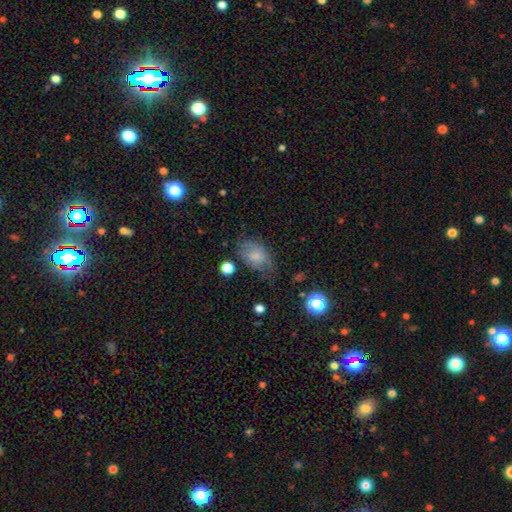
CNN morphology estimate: smooth_or_featured: smooth (p=0.73) [alt: featured or disk p=0.17]
how_rounded: in between (p=0.85) [alt: round p=0.14]
merging: none (p=0.52) [alt: minor disturbance p=0.30]